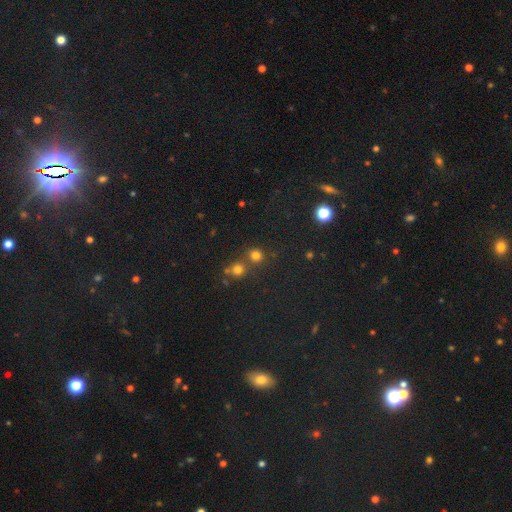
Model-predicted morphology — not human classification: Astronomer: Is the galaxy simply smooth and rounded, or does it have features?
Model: smooth — 74%.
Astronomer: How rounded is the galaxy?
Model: round — 90%.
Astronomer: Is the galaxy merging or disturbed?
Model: none — 66%.